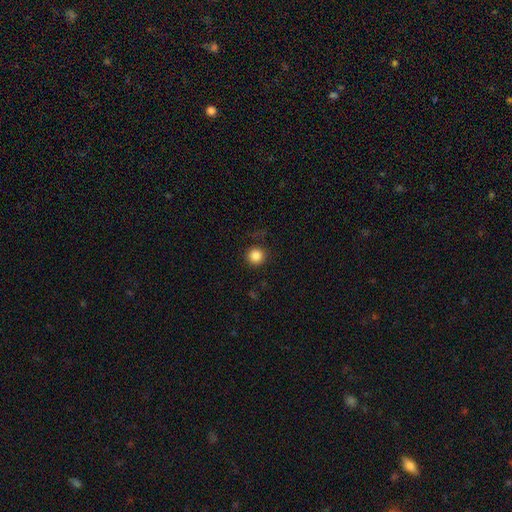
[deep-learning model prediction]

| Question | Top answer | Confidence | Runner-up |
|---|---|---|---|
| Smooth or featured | smooth | 85% | star or artifact (11%) |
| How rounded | round | 95% | in between (4%) |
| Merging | none | 87% | minor disturbance (8%) |